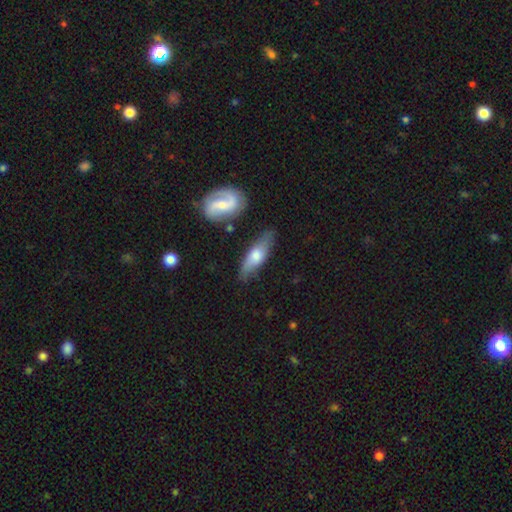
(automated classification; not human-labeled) Smooth or featured? featured or disk (48%)
Merging? none (70%)